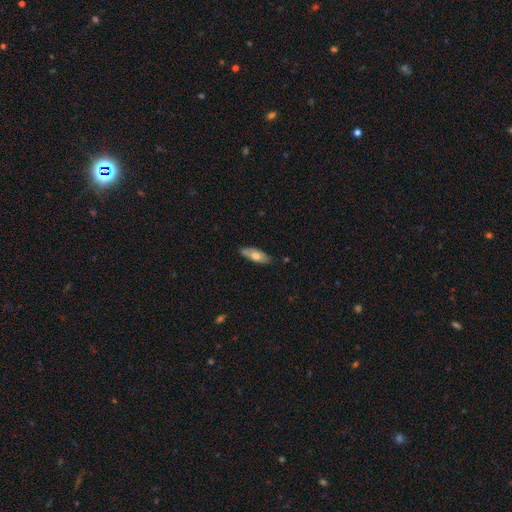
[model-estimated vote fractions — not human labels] Overall: smooth (62%; featured or disk 32%). How rounded: in between (69%). Merging: none (79%).